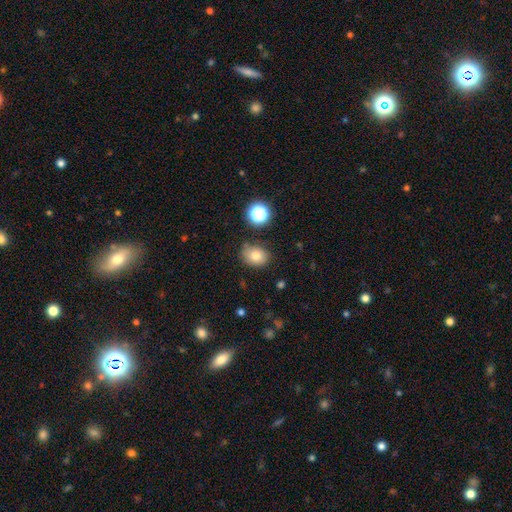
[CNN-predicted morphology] Smooth or featured: smooth — 79% (star or artifact — 13%)
How rounded: in between — 58% (round — 41%)
Merging: none — 75% (minor disturbance — 17%)